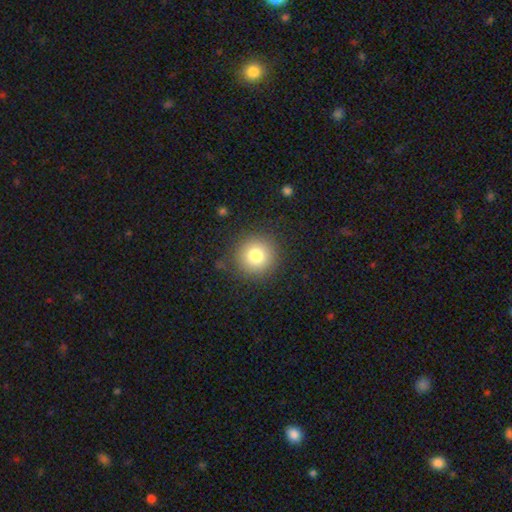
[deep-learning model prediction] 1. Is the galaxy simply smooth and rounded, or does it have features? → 79% smooth, 12% star or artifact, 9% featured or disk.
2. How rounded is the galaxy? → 95% round, 4% in between, 1% cigar-shaped.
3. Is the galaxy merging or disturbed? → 88% none, 7% minor disturbance, 3% major disturbance, 1% merger.